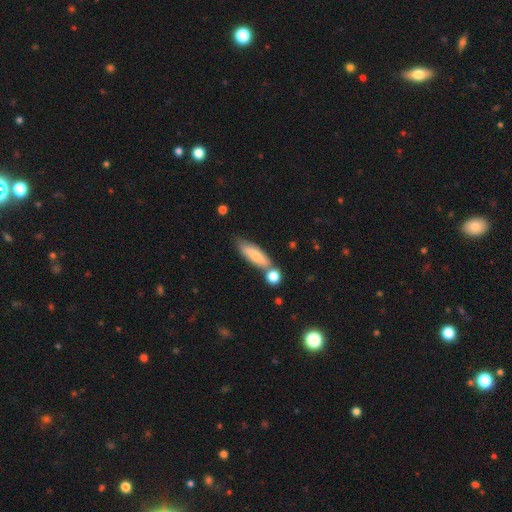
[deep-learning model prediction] Morphology: type=smooth (73%); roundness=cigar-shaped (54%); merging=none (58%).